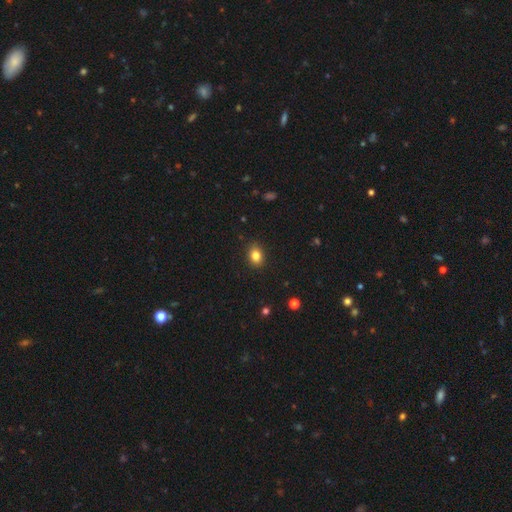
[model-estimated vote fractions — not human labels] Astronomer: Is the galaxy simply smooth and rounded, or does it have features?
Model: smooth — 83%.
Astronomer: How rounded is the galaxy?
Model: in between — 59% (runner-up: round, 40%).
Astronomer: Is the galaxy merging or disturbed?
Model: none — 88%.